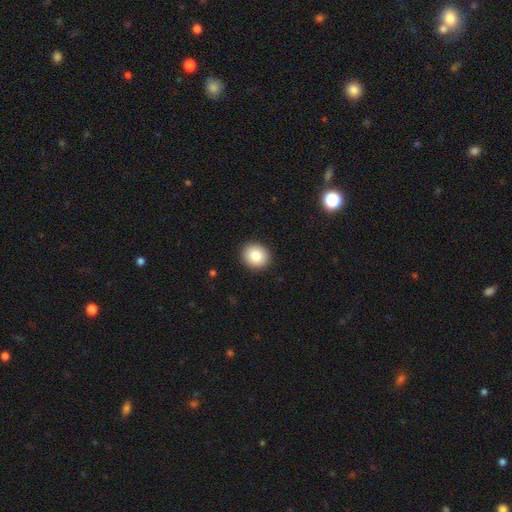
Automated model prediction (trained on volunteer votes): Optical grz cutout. It shows a smooth galaxy with no disk features (83%) that is round (78%). Merging: none (92%).